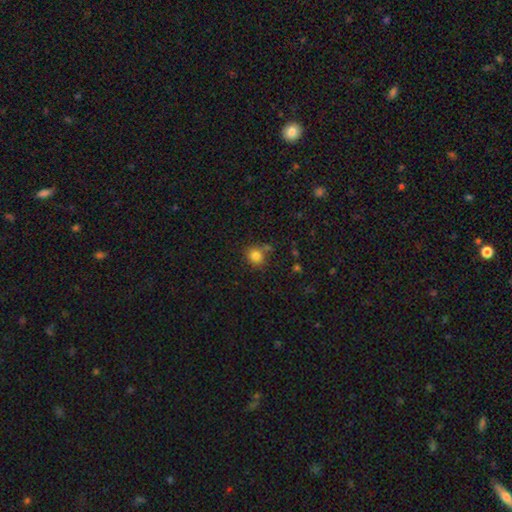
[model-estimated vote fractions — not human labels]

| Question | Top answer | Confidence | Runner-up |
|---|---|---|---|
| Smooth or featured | smooth | 83% | star or artifact (12%) |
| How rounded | round | 79% | in between (20%) |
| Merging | none | 69% | minor disturbance (14%) |